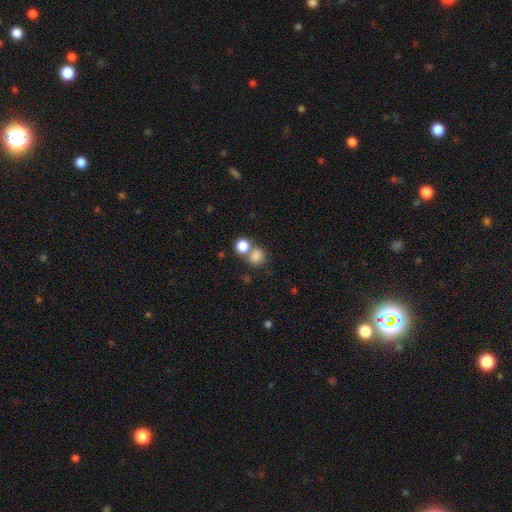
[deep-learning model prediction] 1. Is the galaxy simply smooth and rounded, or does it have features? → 81% smooth, 12% star or artifact, 7% featured or disk.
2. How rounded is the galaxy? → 73% round, 26% in between, 1% cigar-shaped.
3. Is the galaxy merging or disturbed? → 44% merger (tied), 44% none (tied), 8% minor disturbance, 4% major disturbance.